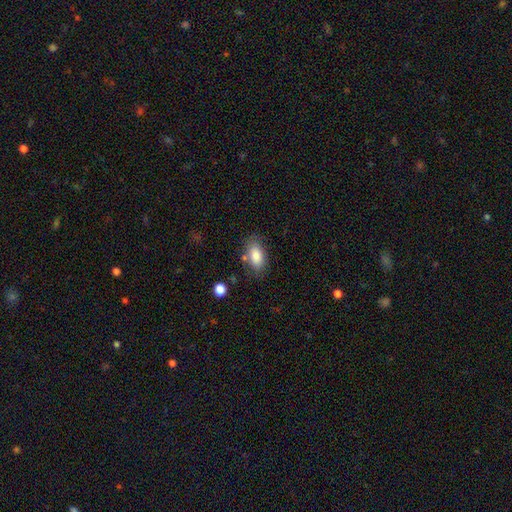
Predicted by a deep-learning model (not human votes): A smooth galaxy with no disk features (84%) that is in between round and cigar-shaped (91%).

Vote fractions:
- Smooth or featured? smooth: 84% / featured or disk: 9% / star or artifact: 7%
- How rounded? in between: 91% / round: 5% / cigar-shaped: 4%
- Merging? none: 73% / minor disturbance: 17% / merger: 6% / major disturbance: 5%